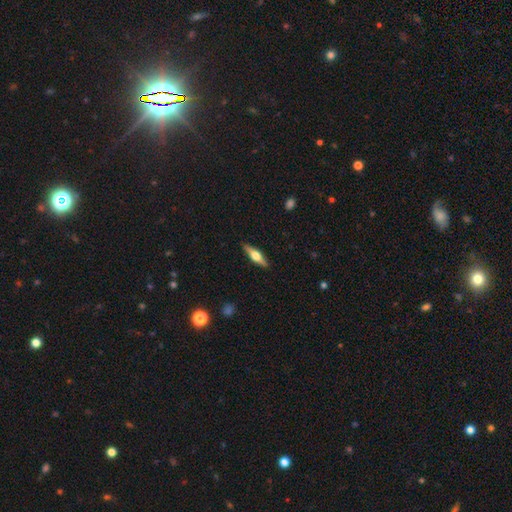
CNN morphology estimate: The model was most divided on "smooth or featured": featured or disk: 65%, smooth: 30%, star or artifact: 5%. More confident: edge-on disk — yes (96%); edge-on bulge — rounded (94%); merging — none (90%).